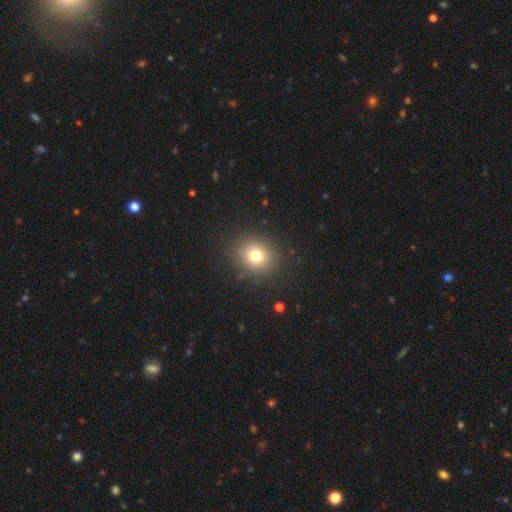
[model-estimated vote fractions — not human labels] smooth-or-featured: smooth: 77% | star or artifact: 14% | featured or disk: 9%
  how-rounded: round: 81% | in between: 18% | cigar-shaped: 1%
  merging: none: 89% | minor disturbance: 7% | major disturbance: 3% | merger: 1%